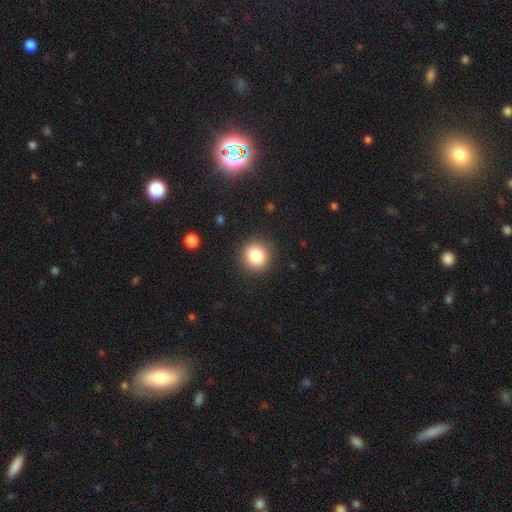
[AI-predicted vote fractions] Q: Smooth or featured?
A: smooth (82%); runner-up: star or artifact (11%)
Q: How rounded?
A: round (92%); runner-up: in between (7%)
Q: Merging?
A: none (91%); runner-up: minor disturbance (6%)